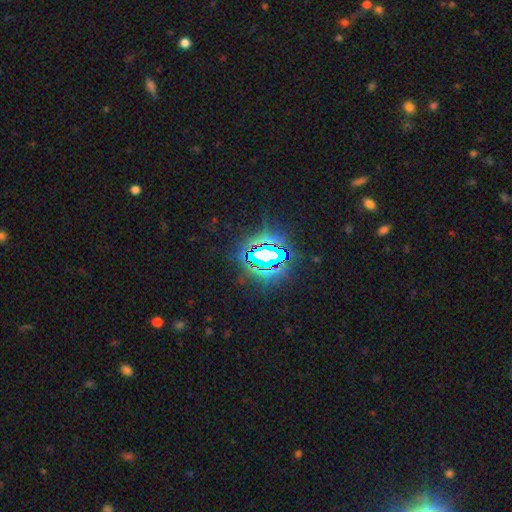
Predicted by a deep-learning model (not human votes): Smooth or featured: star or artifact — 82% (smooth — 11%)